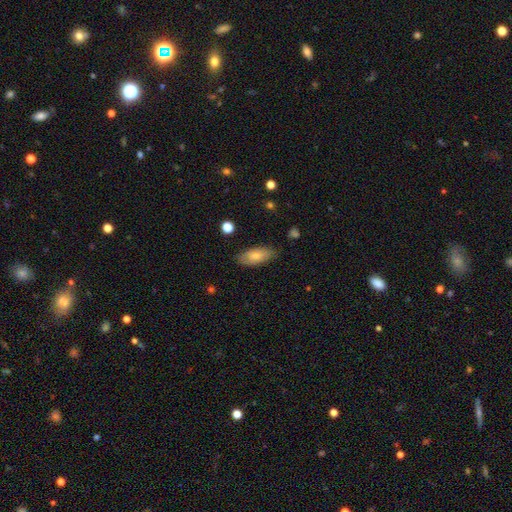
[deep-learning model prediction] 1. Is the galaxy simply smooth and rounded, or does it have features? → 72% smooth, 21% featured or disk, 7% star or artifact.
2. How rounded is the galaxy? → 84% in between, 14% cigar-shaped, 3% round.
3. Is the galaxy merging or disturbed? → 80% none, 16% minor disturbance, 3% major disturbance, 1% merger.